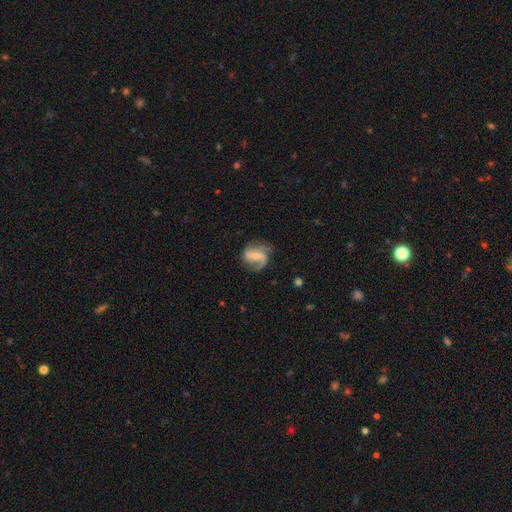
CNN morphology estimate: A featured or disk galaxy (82%) with a weak bar (44%), 2 (71%) loose (47%) spiral arms (95%) and a small central bulge (58%).

Vote fractions:
- Smooth or featured? featured or disk: 82% / smooth: 12% / star or artifact: 6%
- Edge-on disk? no: 98% / yes: 2%
- Bar? weak: 44% / strong: 31% / no: 25%
- Spiral arms? yes: 95% / no: 5%
- Spiral winding? loose: 47% / medium: 40% / tight: 13%
- Spiral arm count? 2: 71% / 1: 12% / 3: 8% / can't tell: 6% / 4: 2% / more than 4: 2%
- Bulge size? small: 58% / moderate: 28% / none: 11% / large: 2% / dominant: 1%
- Merging? none: 66% / minor disturbance: 20% / major disturbance: 13% / merger: 2%